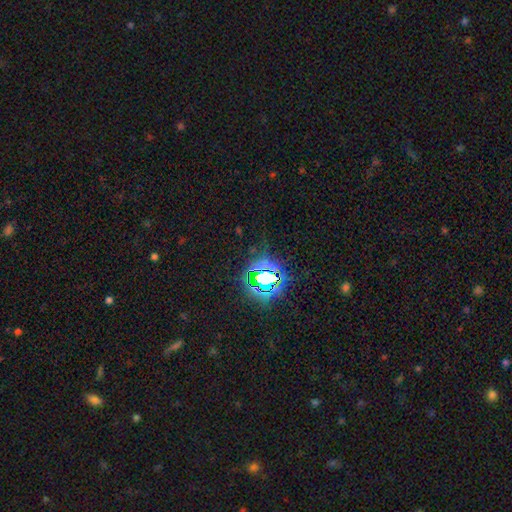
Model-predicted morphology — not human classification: Smooth or featured: star or artifact — 82% (smooth — 11%)